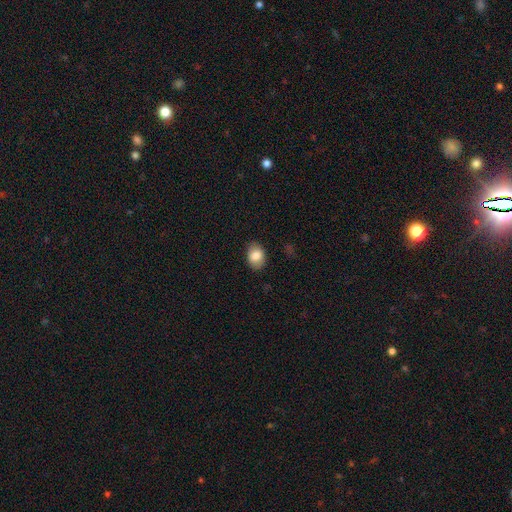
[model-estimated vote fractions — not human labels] Smooth or featured? Predicted: smooth (p=0.83). How rounded? Predicted: in between (p=0.77). Merging? Predicted: none (p=0.84).